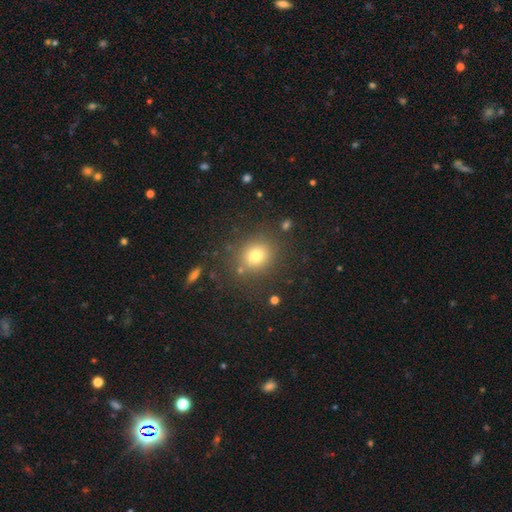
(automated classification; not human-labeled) Smooth or featured? Predicted: smooth (p=0.76). How rounded? Predicted: round (p=0.77). Merging? Predicted: none (p=0.83).